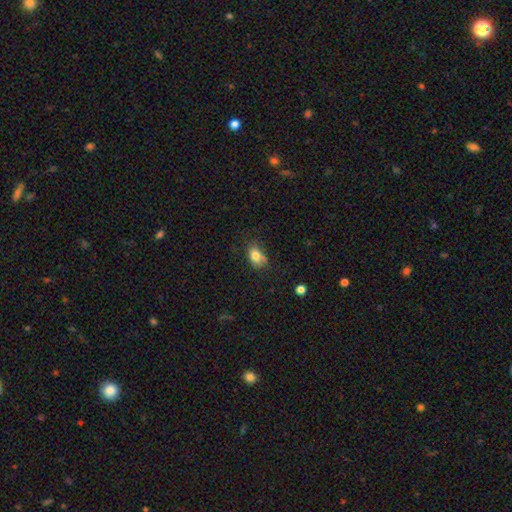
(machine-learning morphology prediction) This appears to be a smooth galaxy with no disk features (78%) that is in between round and cigar-shaped (82%). Merging: none (54%).